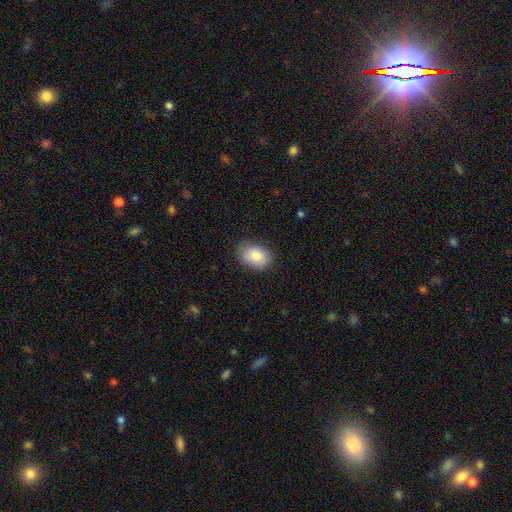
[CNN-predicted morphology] type=smooth (84%); roundness=in between (80%); merging=none (81%).